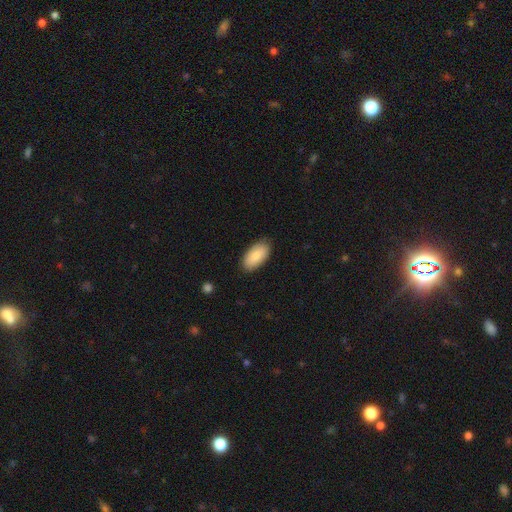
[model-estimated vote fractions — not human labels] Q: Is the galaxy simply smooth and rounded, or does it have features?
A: smooth — 86%.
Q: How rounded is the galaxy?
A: in between — 95%.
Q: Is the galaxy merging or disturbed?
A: none — 86%.